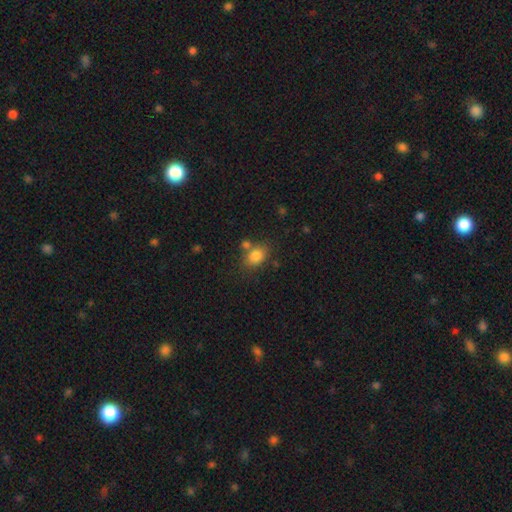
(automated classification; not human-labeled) Smooth or featured: smooth — 83% (star or artifact — 10%)
How rounded: in between — 67% (round — 32%)
Merging: none — 63% (merger — 18%)